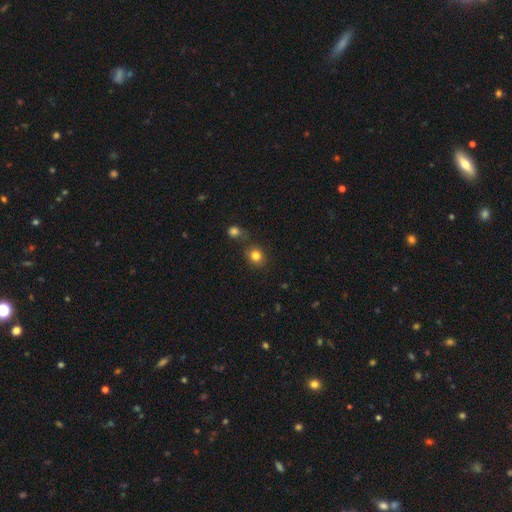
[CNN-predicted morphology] smooth-or-featured: smooth: 82% | star or artifact: 12% | featured or disk: 6%
  how-rounded: round: 74% | in between: 25% | cigar-shaped: 1%
  merging: none: 73% | merger: 12% | minor disturbance: 12% | major disturbance: 3%